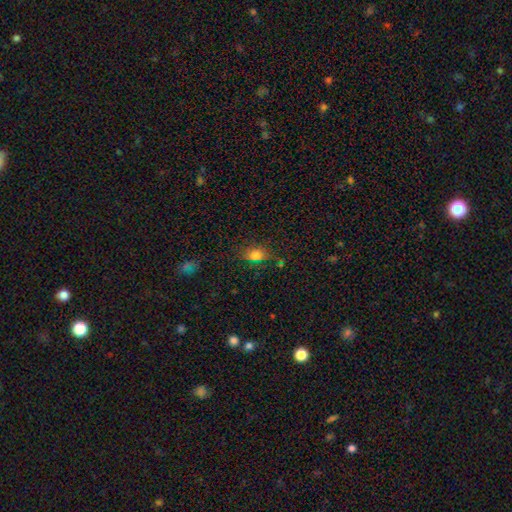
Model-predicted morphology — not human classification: This is likely a smooth galaxy (74%). How rounded: likely in between (63%). Merging: likely none (74%).